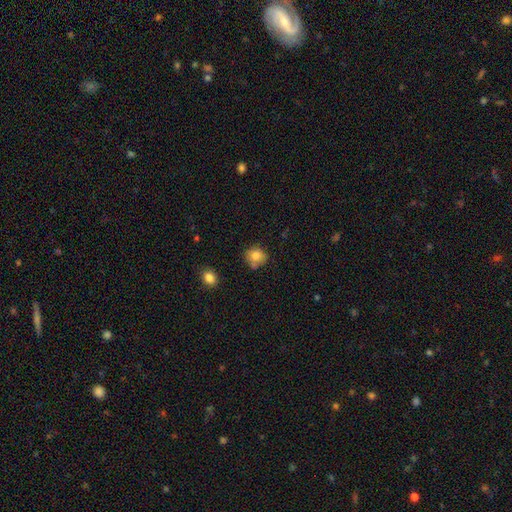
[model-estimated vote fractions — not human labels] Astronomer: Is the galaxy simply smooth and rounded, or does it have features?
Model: smooth — 80%.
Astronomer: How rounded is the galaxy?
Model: round — 80%.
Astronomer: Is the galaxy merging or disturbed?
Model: none — 68%.